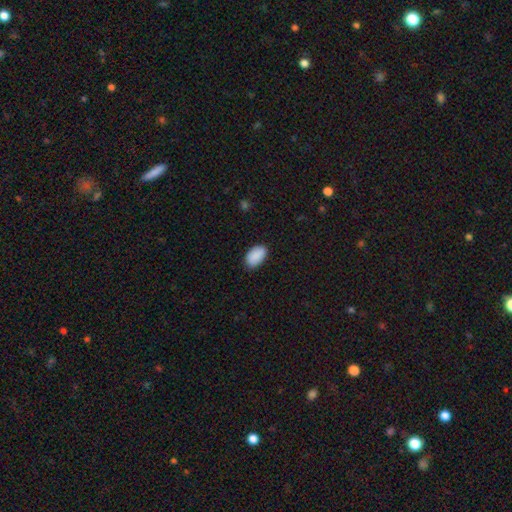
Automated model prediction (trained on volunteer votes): Overall: smooth (91%). How rounded: in between (94%). Merging: none (85%).